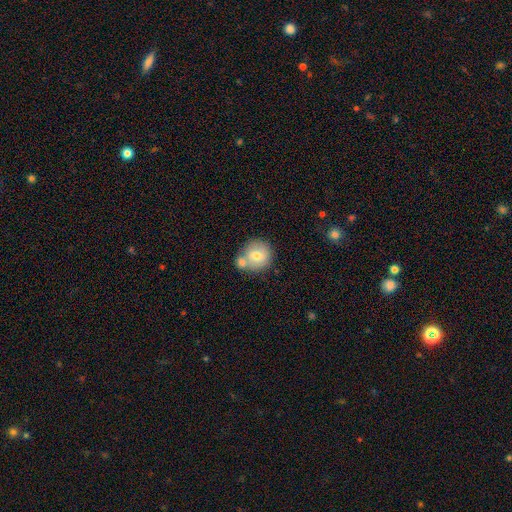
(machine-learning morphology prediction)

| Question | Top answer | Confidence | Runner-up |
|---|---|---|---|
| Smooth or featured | smooth | 71% | featured or disk (22%) |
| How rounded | round | 88% | in between (11%) |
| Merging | none | 50% | merger (35%) |